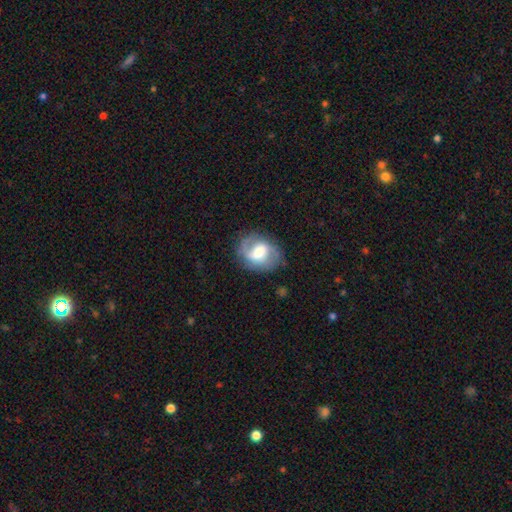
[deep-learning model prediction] Smooth or featured? featured or disk (67%)
Edge-on disk? no (97%)
Bar? weak (51%)
Spiral arms? yes (85%)
Spiral winding? medium (45%)
Spiral arm count? 2 (80%)
Bulge size? moderate (55%)
Merging? none (75%)